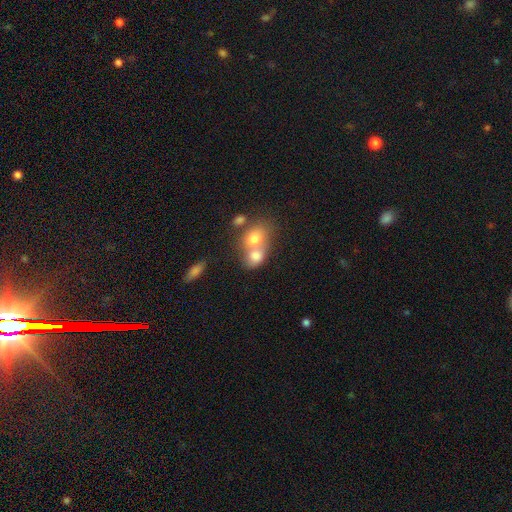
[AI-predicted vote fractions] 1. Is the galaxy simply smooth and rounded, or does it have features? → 73% smooth, 17% featured or disk, 9% star or artifact.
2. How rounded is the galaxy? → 51% in between, 48% round, 1% cigar-shaped.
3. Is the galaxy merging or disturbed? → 71% merger, 20% none, 6% minor disturbance, 4% major disturbance.